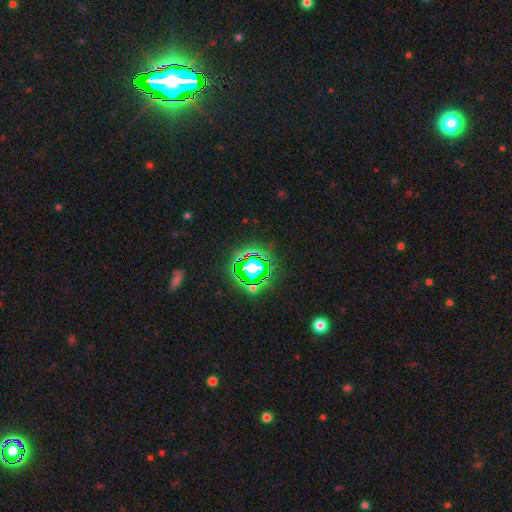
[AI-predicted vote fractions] Smooth or featured? Predicted: star or artifact (p=0.83).